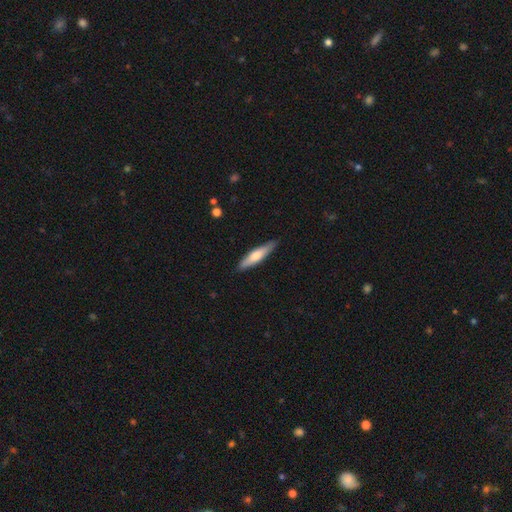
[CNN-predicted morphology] Overall: smooth (60%; featured or disk 35%). How rounded: cigar-shaped (82%). Merging: none (88%).